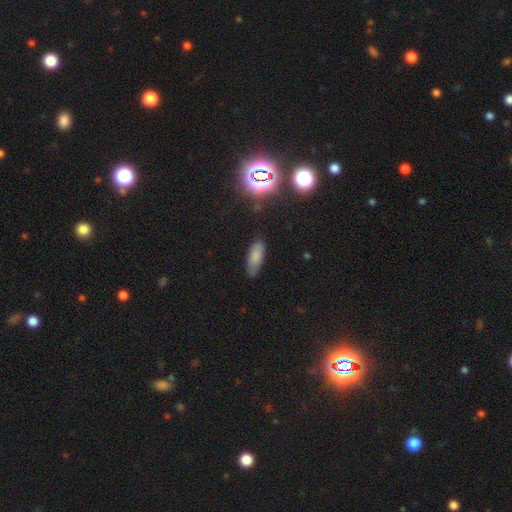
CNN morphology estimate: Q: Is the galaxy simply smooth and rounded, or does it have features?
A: smooth — 78%.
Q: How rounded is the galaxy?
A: in between — 76%.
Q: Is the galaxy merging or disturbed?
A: none — 73%.